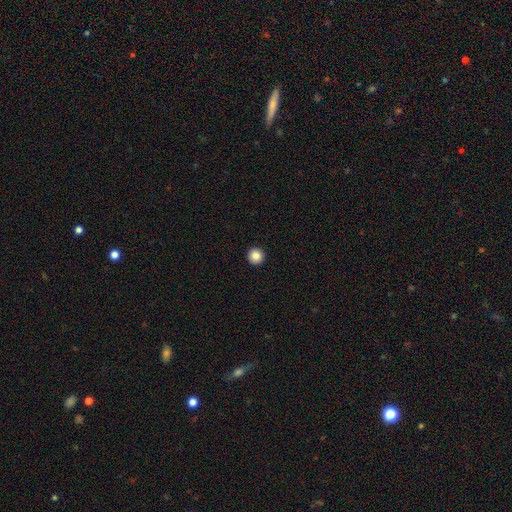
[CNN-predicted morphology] Overall: smooth (86%). How rounded: round (97%). Merging: none (94%).